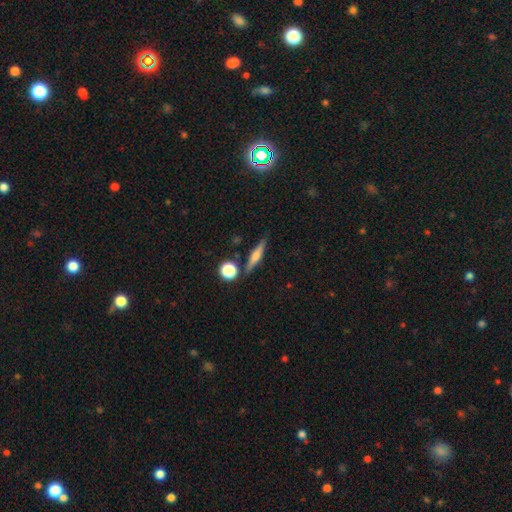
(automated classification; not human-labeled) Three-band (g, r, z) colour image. It shows a featured or disk galaxy (49%). Merging: none (82%).